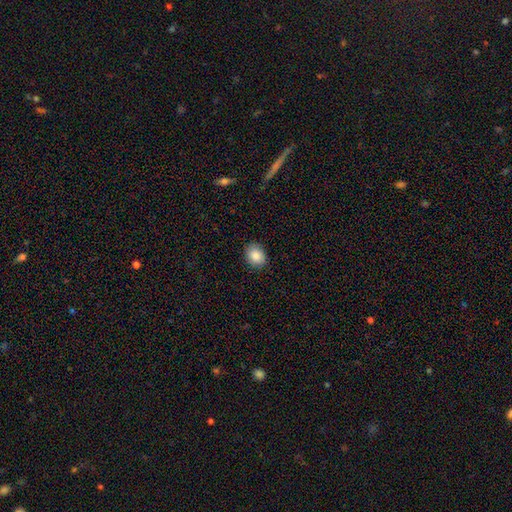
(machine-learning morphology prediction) Smooth or featured?
  - smooth: 86% *
  - star or artifact: 8%
  - featured or disk: 6%
How rounded?
  - round: 50% * (tied)
  - in between: 50% * (tied)
  - cigar-shaped: 1%
Merging?
  - none: 88% *
  - minor disturbance: 9%
  - major disturbance: 2%
  - merger: 1%